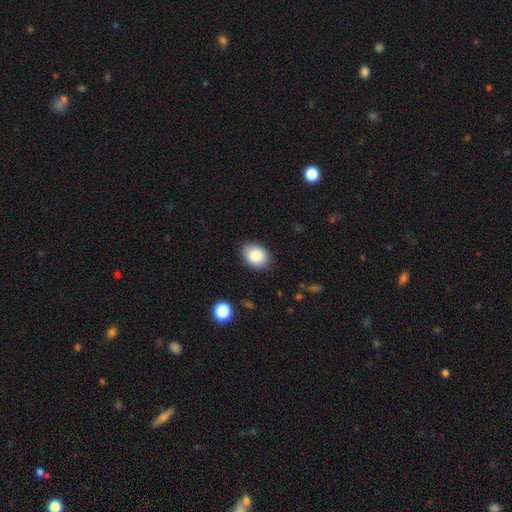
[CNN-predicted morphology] The model was most divided on "how rounded": in between: 59%, round: 40%, cigar-shaped: 1%. More confident: smooth or featured — smooth (87%); merging — none (83%).